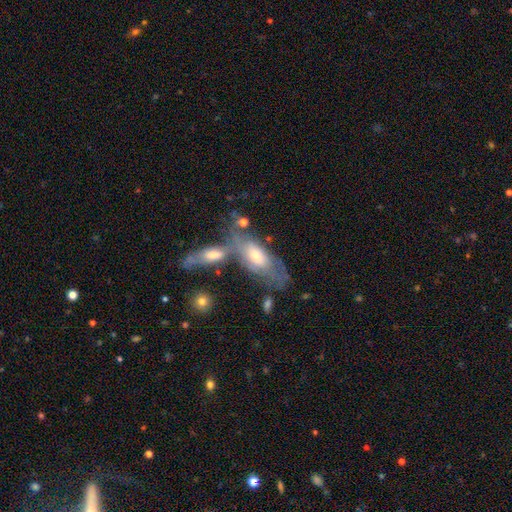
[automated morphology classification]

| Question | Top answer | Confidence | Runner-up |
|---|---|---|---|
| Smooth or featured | featured or disk | 50% | smooth (43%) |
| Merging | none | 37% | merger (36%) |